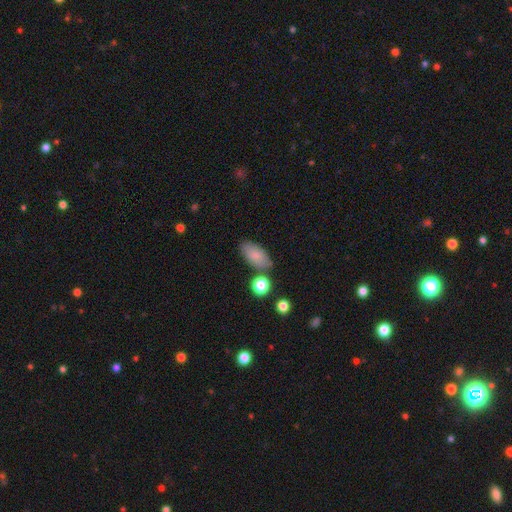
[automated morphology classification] A smooth galaxy with no disk features (82%) that is in between round and cigar-shaped (90%). Merging: none (72%).